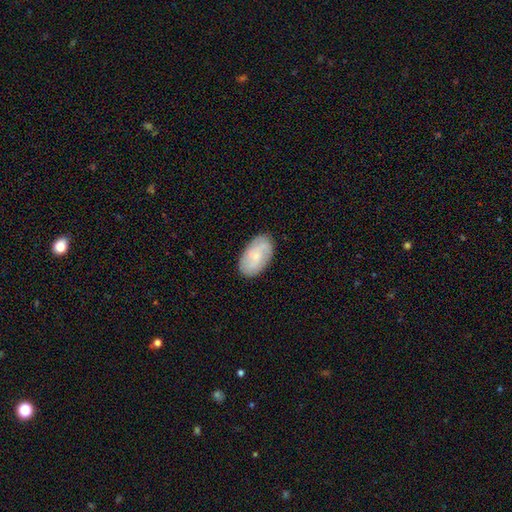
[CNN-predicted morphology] The model was most divided on "smooth or featured": featured or disk: 51%, smooth: 43%, star or artifact: 7%. More confident: edge-on disk — no (96%); merging — none (84%).